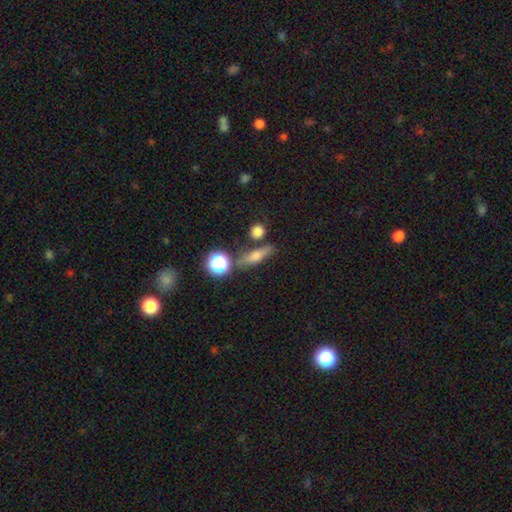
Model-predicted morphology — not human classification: A smooth galaxy with no disk features (57%) that is cigar-shaped (54%). Merging: none (75%).